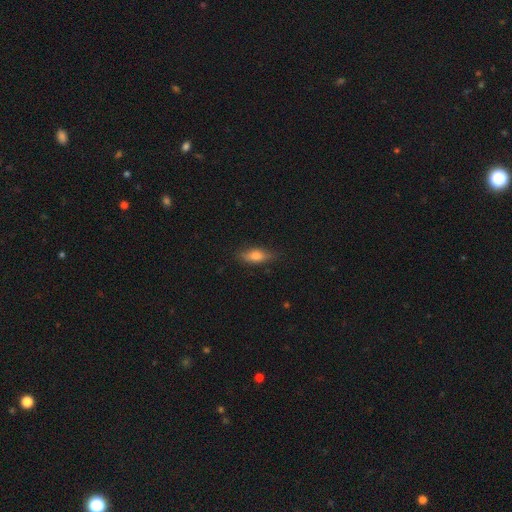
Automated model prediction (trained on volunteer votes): smooth 68%, featured or disk 25%, star or artifact 8%. Down the decision tree: how rounded — in between (67%); merging — none (80%).